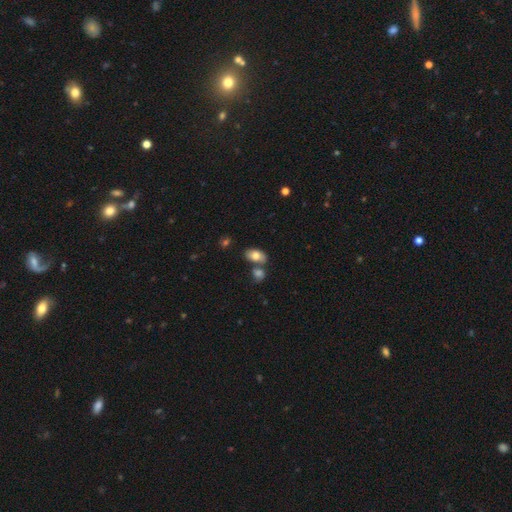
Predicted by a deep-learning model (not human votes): A smooth galaxy with no disk features (78%) that is in between round and cigar-shaped (91%).

Vote fractions:
- Smooth or featured? smooth: 78% / featured or disk: 14% / star or artifact: 8%
- How rounded? in between: 91% / round: 7% / cigar-shaped: 2%
- Merging? none: 57% / merger: 27% / minor disturbance: 12% / major disturbance: 4%